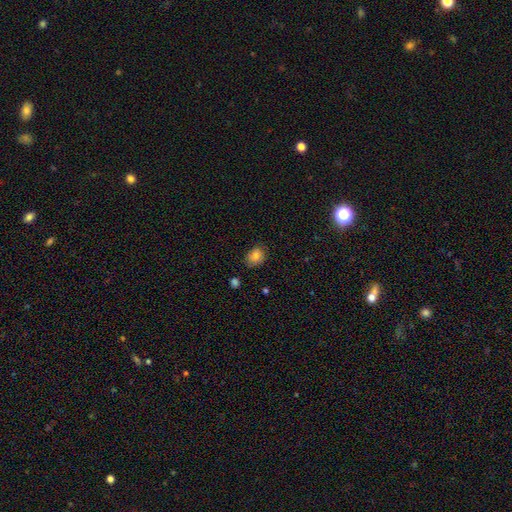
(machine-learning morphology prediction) smooth_or_featured: smooth (p=0.80) [alt: star or artifact p=0.10]
how_rounded: round (p=0.50) [alt: in between p=0.49]
merging: none (p=0.76) [alt: minor disturbance p=0.19]